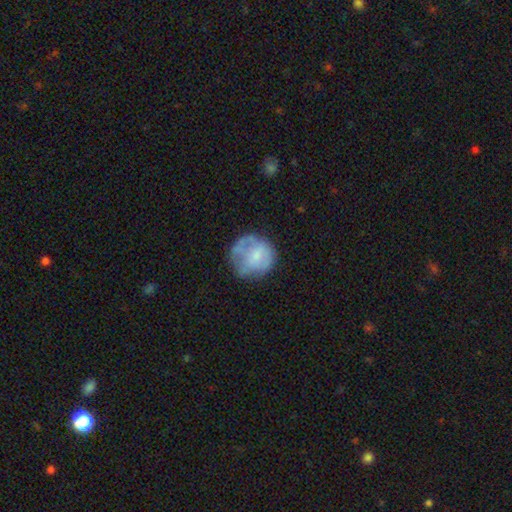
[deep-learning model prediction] This appears to be a smooth galaxy with no disk features (56%) that is round (85%). Merging: none (53%).